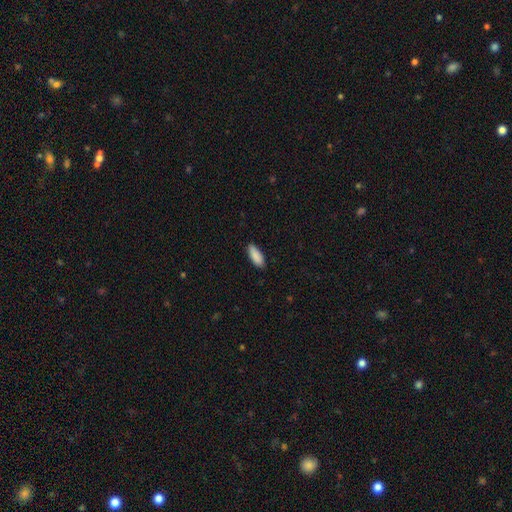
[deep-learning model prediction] Smooth or featured? smooth (90%)
How rounded? in between (77%)
Merging? none (87%)